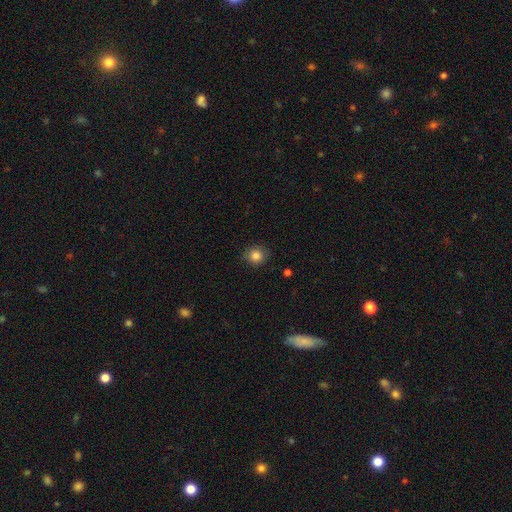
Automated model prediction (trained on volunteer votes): Overall: smooth (85%). How rounded: round (84%). Merging: none (85%).